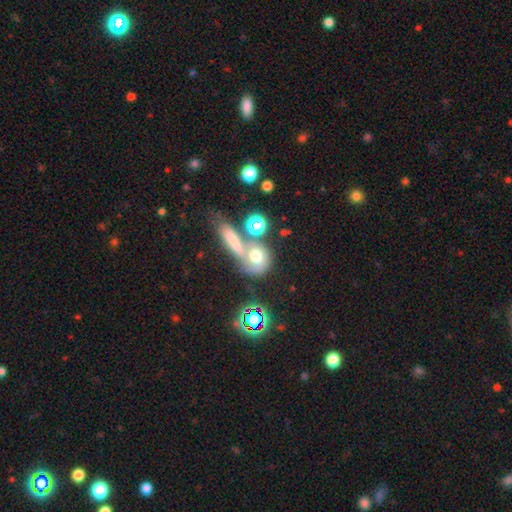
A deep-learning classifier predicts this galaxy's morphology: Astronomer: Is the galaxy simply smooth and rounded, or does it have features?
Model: smooth — 57%.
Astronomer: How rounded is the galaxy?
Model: round — 66%.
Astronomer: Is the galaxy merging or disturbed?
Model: merger — 46% (runner-up: none, 33%).